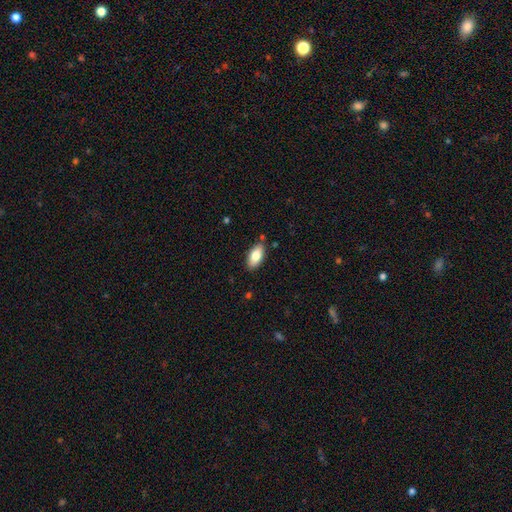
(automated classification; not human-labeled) This is clearly a smooth galaxy (80%). How rounded: clearly in between (91%). Merging: clearly none (85%).